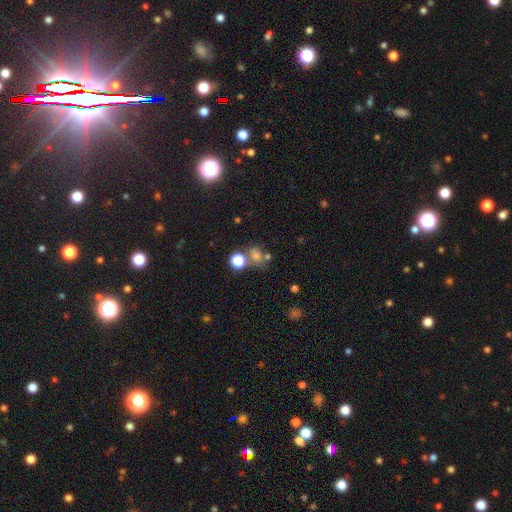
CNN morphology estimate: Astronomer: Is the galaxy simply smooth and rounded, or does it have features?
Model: smooth — 66%.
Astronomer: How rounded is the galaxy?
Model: round — 54% (runner-up: in between, 44%).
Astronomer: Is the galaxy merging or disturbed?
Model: none — 54%.